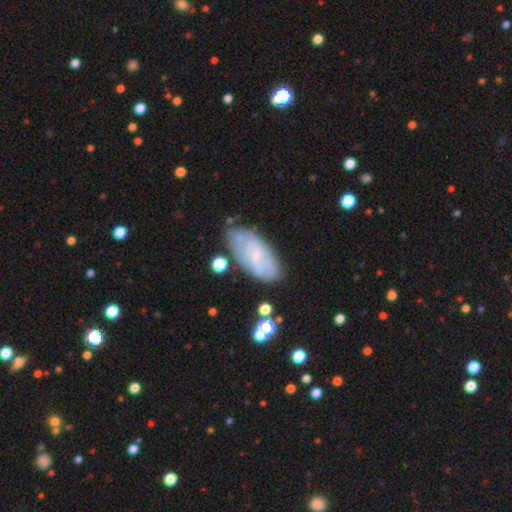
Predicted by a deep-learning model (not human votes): featured or disk 49%, smooth 43%, star or artifact 9%. Down the decision tree: merging — none (66%).